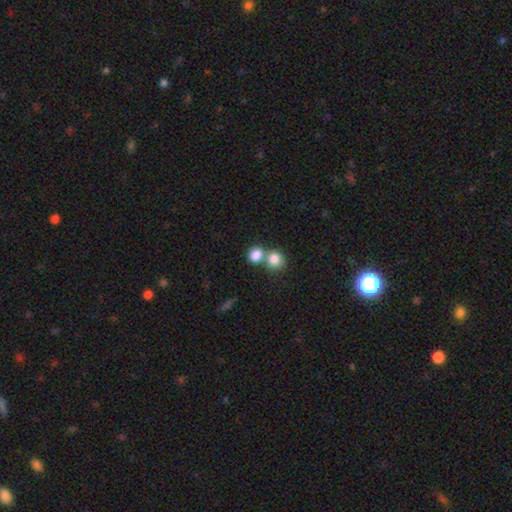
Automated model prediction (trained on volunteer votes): Q: Smooth or featured?
A: smooth (83%); runner-up: star or artifact (10%)
Q: How rounded?
A: round (76%); runner-up: in between (23%)
Q: Merging?
A: merger (49%); runner-up: none (42%)